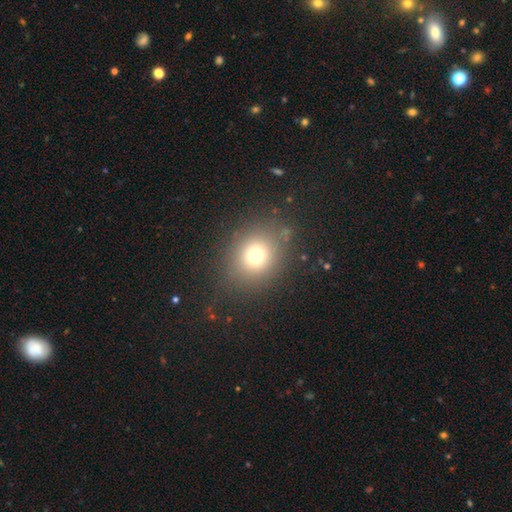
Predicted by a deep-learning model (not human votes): Smooth or featured? smooth (72%)
How rounded? round (77%)
Merging? none (83%)